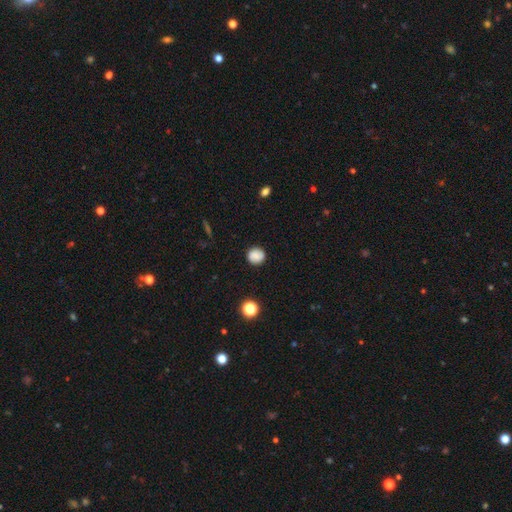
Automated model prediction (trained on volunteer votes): Q: Smooth or featured?
A: smooth (83%); runner-up: star or artifact (11%)
Q: How rounded?
A: round (90%); runner-up: in between (9%)
Q: Merging?
A: none (86%); runner-up: minor disturbance (10%)